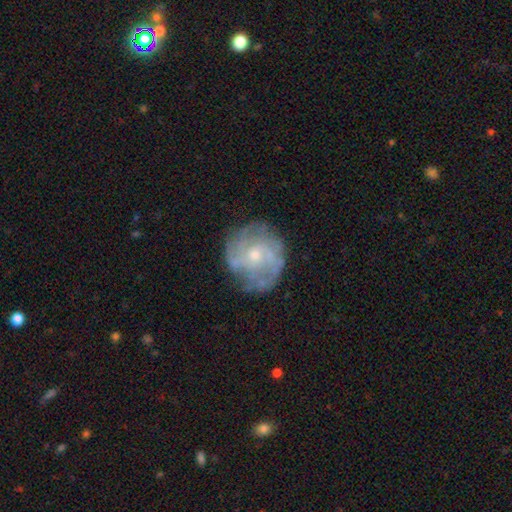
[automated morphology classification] Q: Smooth or featured?
A: featured or disk (73%); runner-up: smooth (19%)
Q: Edge-on disk?
A: no (98%); runner-up: yes (2%)
Q: Bar?
A: no (68%); runner-up: weak (27%)
Q: Spiral arms?
A: yes (79%); runner-up: no (21%)
Q: Spiral winding?
A: tight (42%); runner-up: medium (39%)
Q: Spiral arm count?
A: can't tell (42%); runner-up: 2 (23%)
Q: Bulge size?
A: small (57%); runner-up: moderate (38%)
Q: Merging?
A: none (70%); runner-up: minor disturbance (19%)